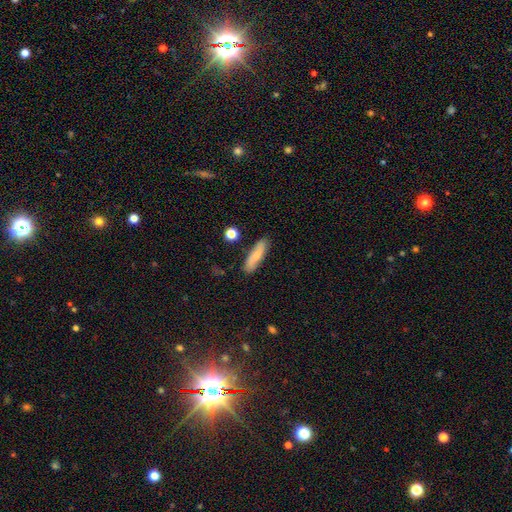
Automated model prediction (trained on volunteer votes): Smooth or featured? smooth (71%)
How rounded? cigar-shaped (66%)
Merging? none (83%)